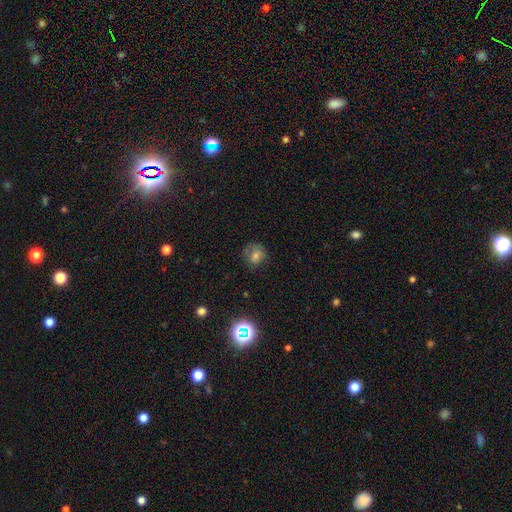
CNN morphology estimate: Smooth or featured?
  - smooth: 59% *
  - star or artifact: 22%
  - featured or disk: 19%
How rounded?
  - round: 72% *
  - in between: 27%
  - cigar-shaped: 1%
Merging?
  - none: 62% *
  - minor disturbance: 23%
  - major disturbance: 13%
  - merger: 2%